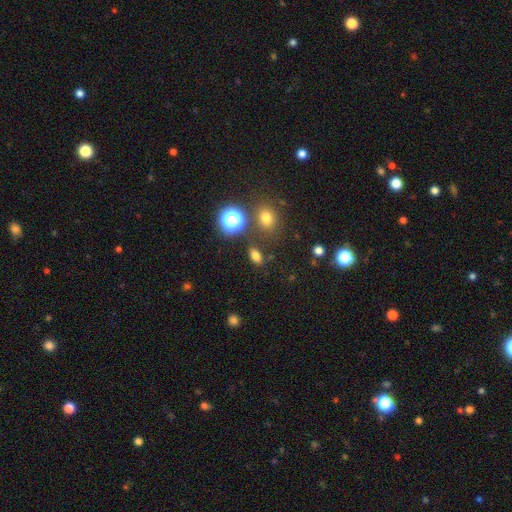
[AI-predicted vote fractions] smooth_or_featured: smooth (p=0.73) [alt: star or artifact p=0.20]
how_rounded: in between (p=0.77) [alt: round p=0.19]
merging: none (p=0.81) [alt: minor disturbance p=0.10]